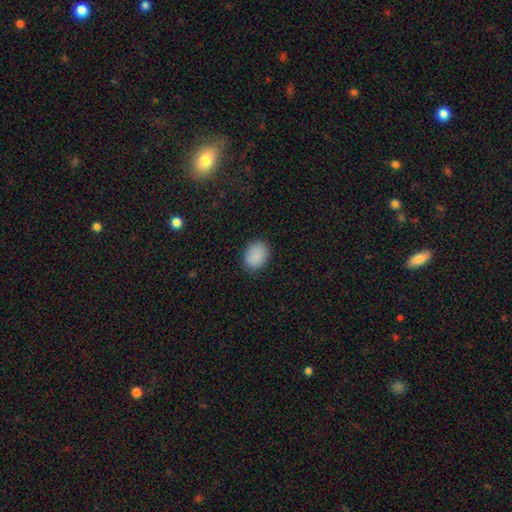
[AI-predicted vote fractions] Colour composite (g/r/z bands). It shows a smooth galaxy with no disk features (89%) that is in between round and cigar-shaped (64%). Merging: none (85%).